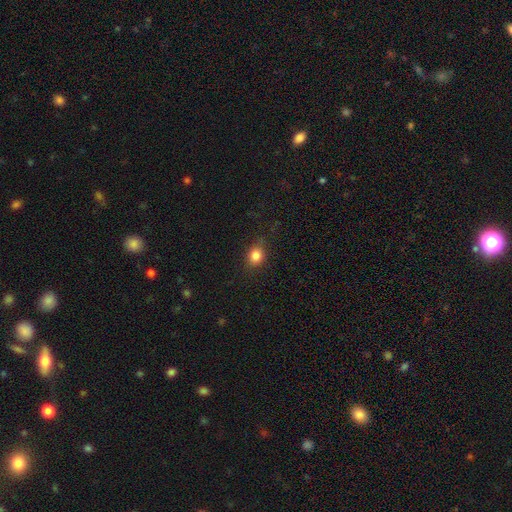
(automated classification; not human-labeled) smooth 84%, star or artifact 11%, featured or disk 6%. Down the decision tree: how rounded — round (56%); merging — none (82%).